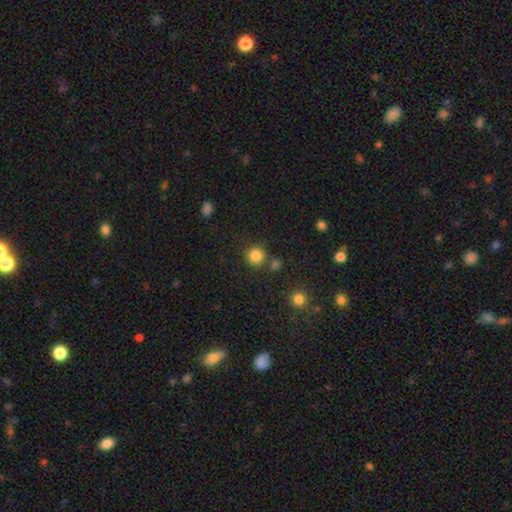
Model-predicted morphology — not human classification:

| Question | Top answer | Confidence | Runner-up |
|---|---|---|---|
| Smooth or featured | smooth | 83% | star or artifact (12%) |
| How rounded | round | 93% | in between (6%) |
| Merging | none | 78% | merger (10%) |